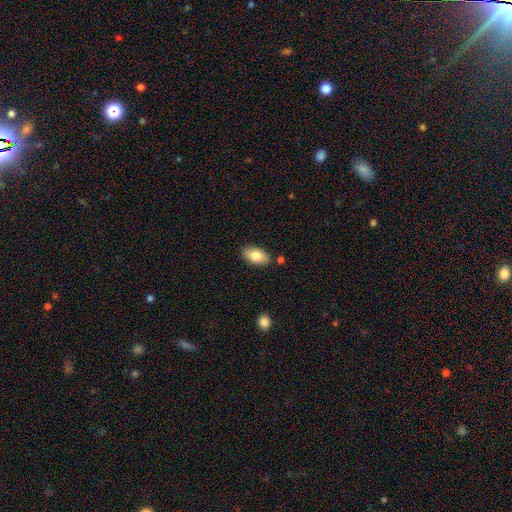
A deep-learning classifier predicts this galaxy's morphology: smooth-or-featured: smooth: 81% | featured or disk: 13% | star or artifact: 7%
  how-rounded: in between: 93% | round: 3% | cigar-shaped: 3%
  merging: none: 83% | minor disturbance: 11% | merger: 3% | major disturbance: 2%